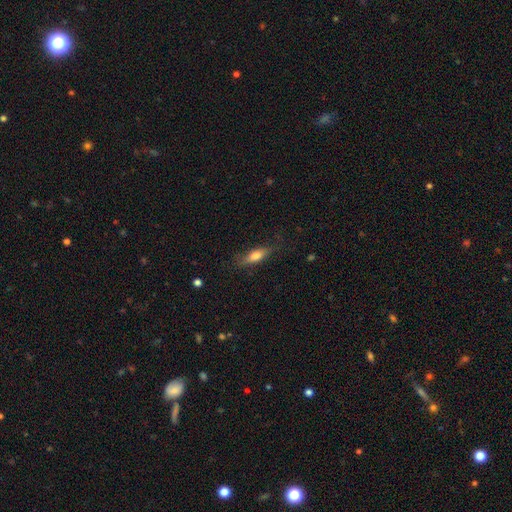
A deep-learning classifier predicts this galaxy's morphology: smooth 67%, featured or disk 26%, star or artifact 7%. Down the decision tree: how rounded — in between (49%); merging — none (76%).